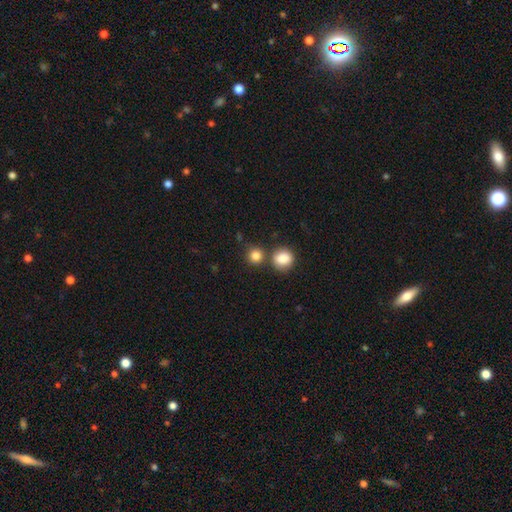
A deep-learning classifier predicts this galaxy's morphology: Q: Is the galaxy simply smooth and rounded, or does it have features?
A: smooth — 84%.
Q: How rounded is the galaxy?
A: round — 89%.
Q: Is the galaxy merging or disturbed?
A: none — 68%.